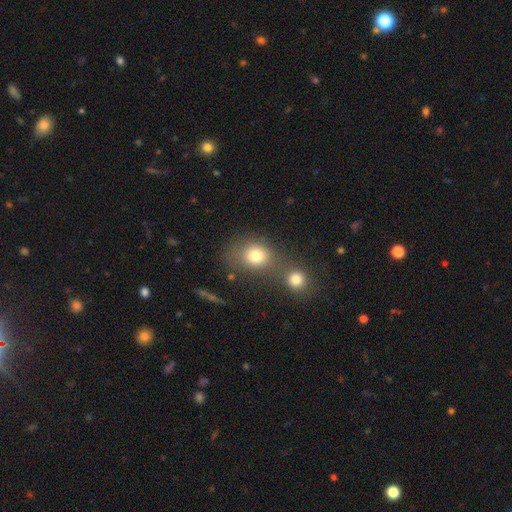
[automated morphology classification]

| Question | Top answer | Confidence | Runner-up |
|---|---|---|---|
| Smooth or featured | smooth | 78% | star or artifact (12%) |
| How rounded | round | 61% | in between (38%) |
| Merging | merger | 43% | none (42%) |